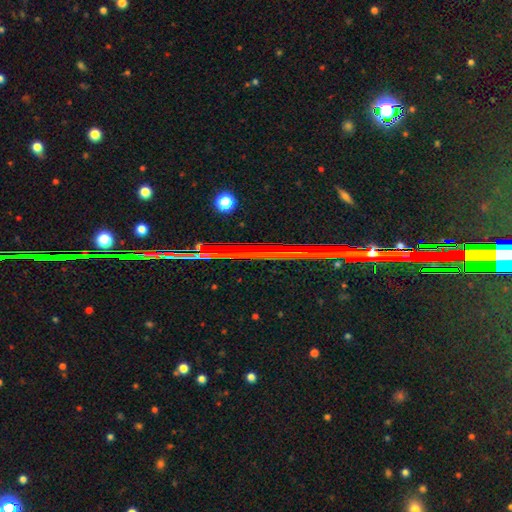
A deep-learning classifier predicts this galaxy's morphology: A star or artifact, not a galaxy (77%).